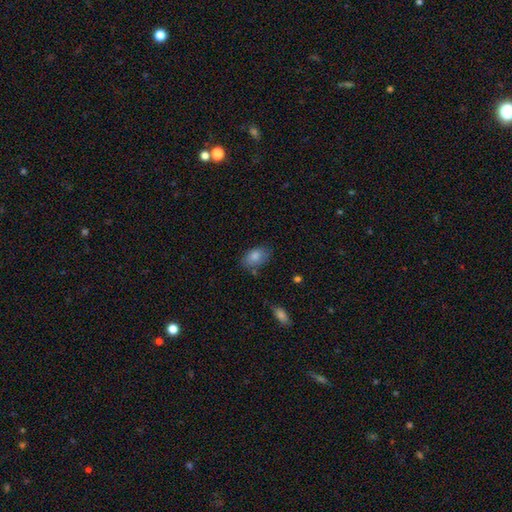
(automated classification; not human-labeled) Smooth or featured? smooth (82%)
How rounded? in between (91%)
Merging? none (74%)